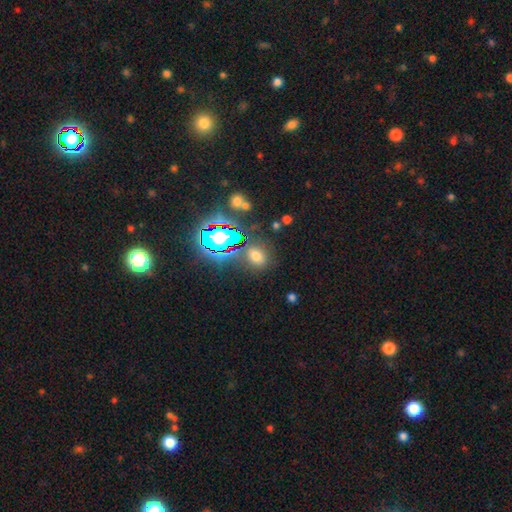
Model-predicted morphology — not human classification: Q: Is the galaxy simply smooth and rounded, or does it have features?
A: smooth — 58%.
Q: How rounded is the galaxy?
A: in between — 54%.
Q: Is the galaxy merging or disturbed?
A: none — 76%.